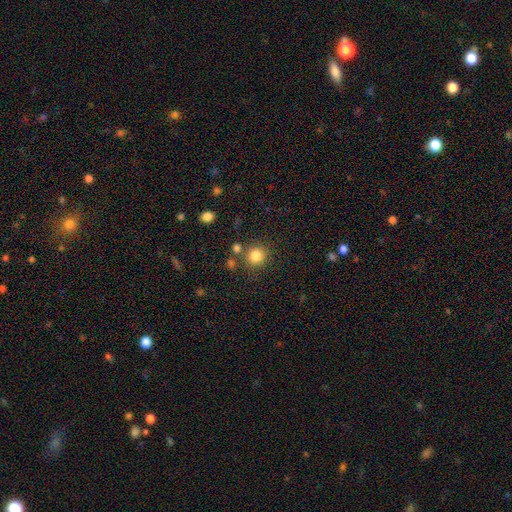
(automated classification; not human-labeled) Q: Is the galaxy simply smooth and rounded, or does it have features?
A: smooth — 83%.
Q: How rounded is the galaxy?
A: round — 90%.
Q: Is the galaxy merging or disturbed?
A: none — 79%.